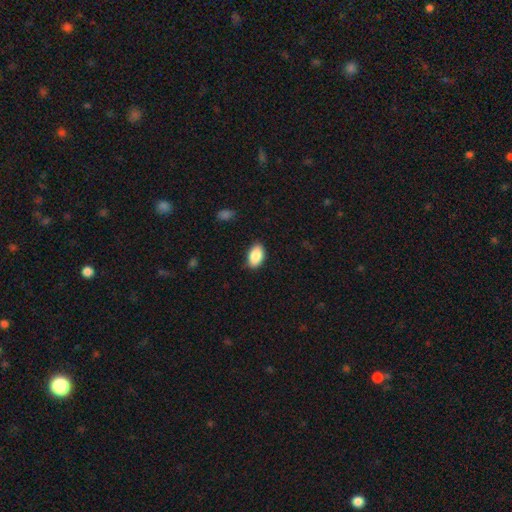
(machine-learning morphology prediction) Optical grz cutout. It shows a smooth galaxy with no disk features (89%) that is in between round and cigar-shaped (93%). Merging: none (86%).